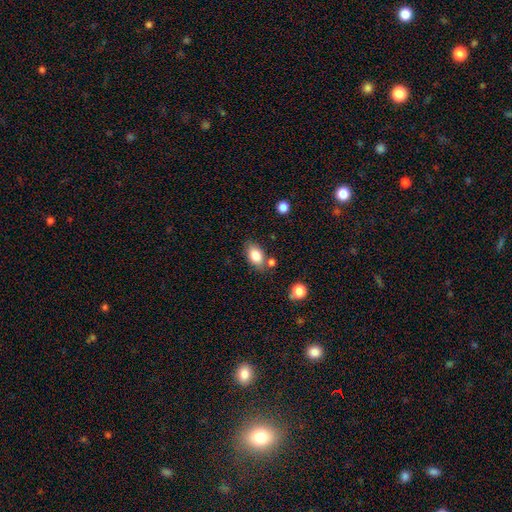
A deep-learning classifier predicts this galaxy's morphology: This is clearly a smooth galaxy (83%). How rounded: clearly in between (86%). Merging: likely none (69%).